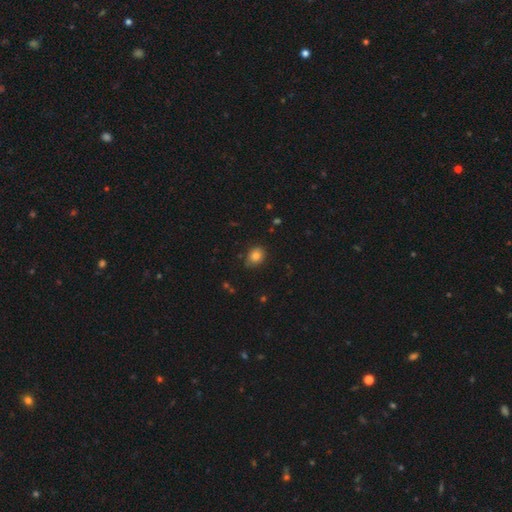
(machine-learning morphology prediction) smooth 83%, star or artifact 10%, featured or disk 8%. Down the decision tree: how rounded — in between (55%); merging — none (81%).